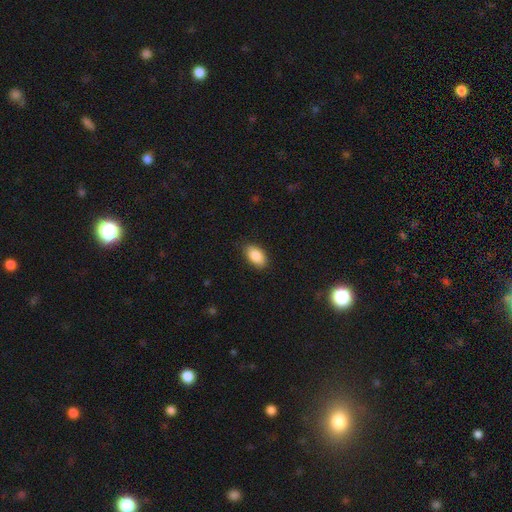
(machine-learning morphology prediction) Smooth or featured? smooth (88%)
How rounded? in between (93%)
Merging? none (86%)